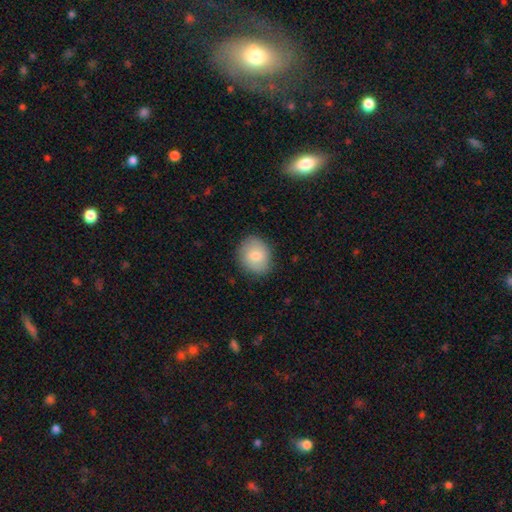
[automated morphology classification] A smooth galaxy with no disk features (80%) that is round (68%). Merging: none (85%).